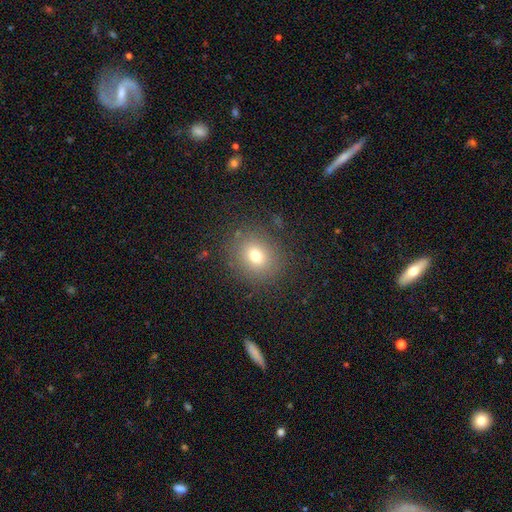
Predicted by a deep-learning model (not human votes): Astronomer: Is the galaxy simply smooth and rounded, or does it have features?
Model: smooth — 73%.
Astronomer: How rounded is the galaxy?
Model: round — 67%.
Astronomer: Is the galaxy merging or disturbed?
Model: none — 84%.